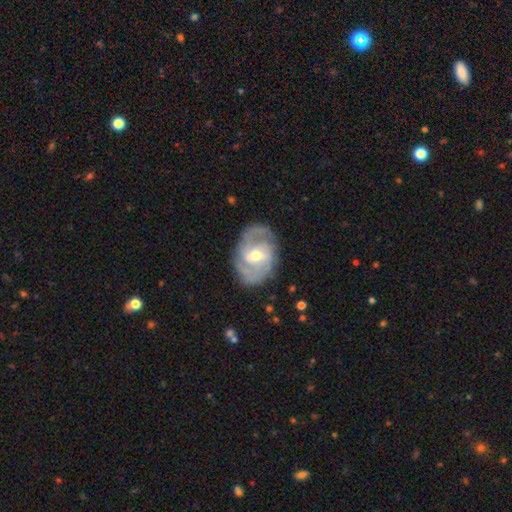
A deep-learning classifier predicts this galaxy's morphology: A featured or disk galaxy (85%) with a weak bar (52%), 2 (63%) medium (47%) spiral arms (94%) and a moderate central bulge (61%). Merging: none (78%).